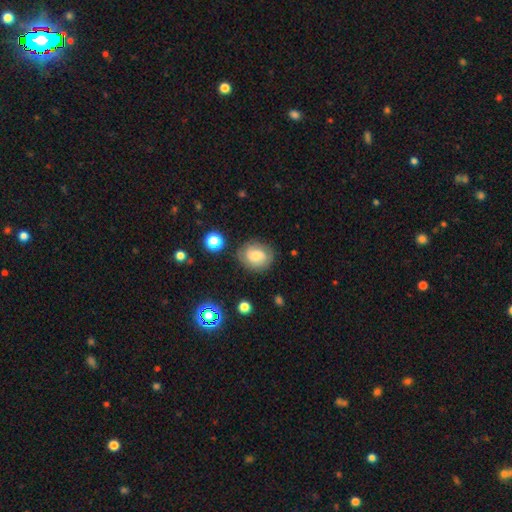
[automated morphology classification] This appears to be a smooth galaxy with no disk features (61%) that is round (65%). Merging: none (76%).